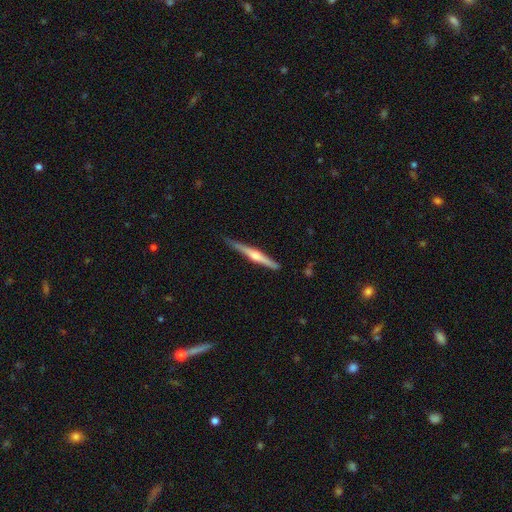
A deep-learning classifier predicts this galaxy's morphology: featured or disk 71%, smooth 24%, star or artifact 5%. Down the decision tree: edge-on disk — yes (98%); edge-on bulge — rounded (84%); merging — none (85%).